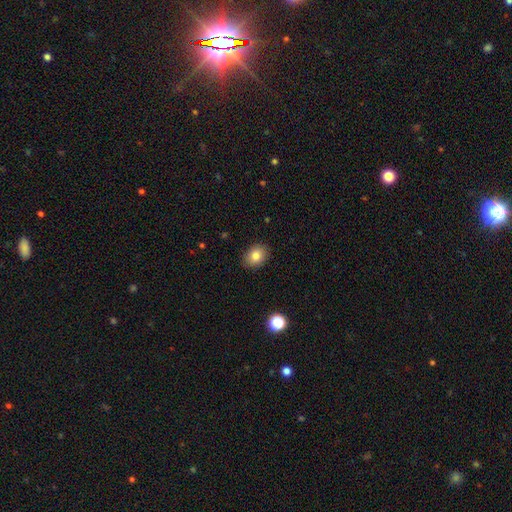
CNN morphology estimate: Smooth or featured: smooth — 83% (star or artifact — 10%)
How rounded: in between — 63% (round — 36%)
Merging: none — 88% (minor disturbance — 9%)